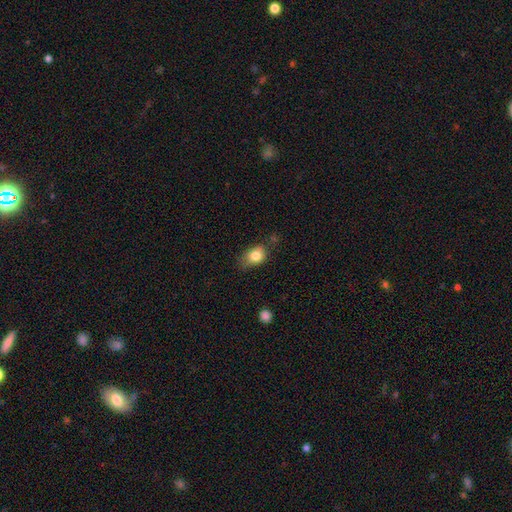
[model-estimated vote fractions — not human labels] Overall: smooth (82%). How rounded: in between (67%; round 31%). Merging: none (60%; minor disturbance 30%).